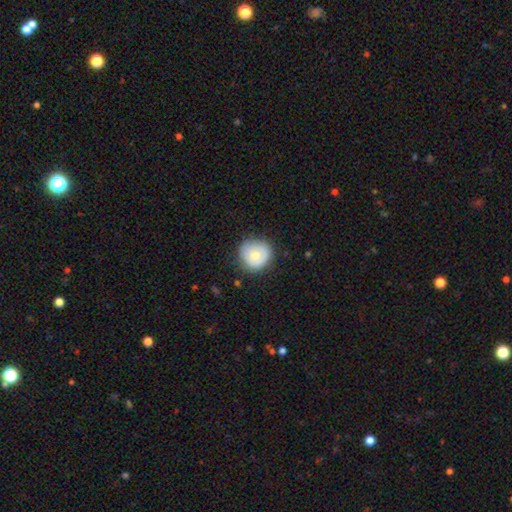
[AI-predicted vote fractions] smooth 69%, featured or disk 24%, star or artifact 7%. Down the decision tree: how rounded — round (88%); merging — none (74%).